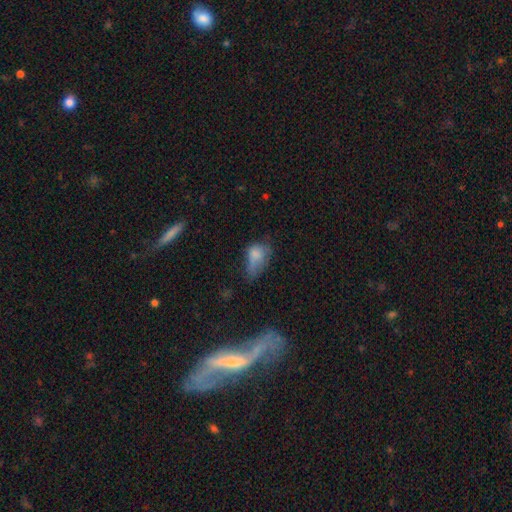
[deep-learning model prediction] smooth 72%, featured or disk 15%, star or artifact 13%. Down the decision tree: how rounded — in between (82%); merging — major disturbance (38%).